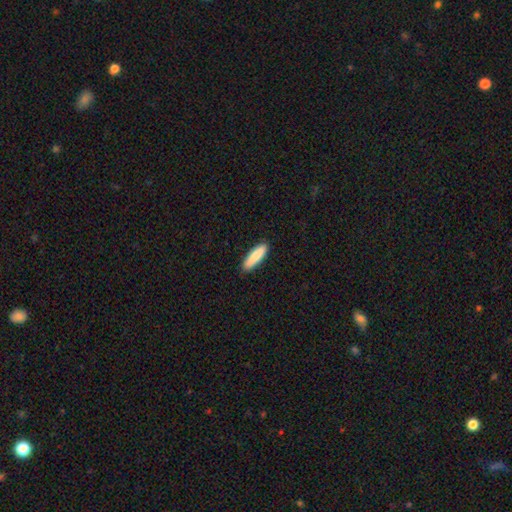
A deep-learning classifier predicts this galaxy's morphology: type=smooth (87%); roundness=cigar-shaped (71%); merging=none (89%).